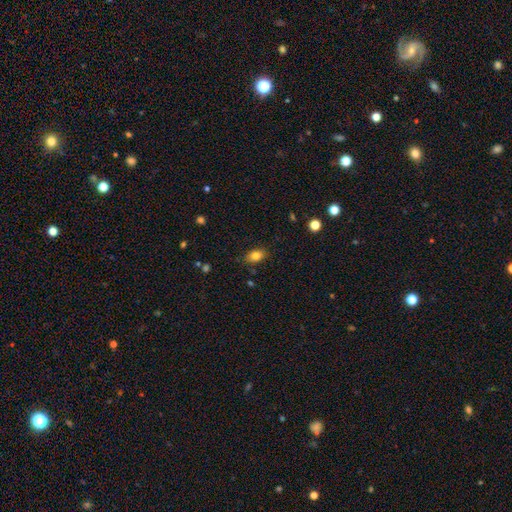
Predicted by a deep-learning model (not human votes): Overall: smooth (82%). How rounded: in between (84%). Merging: none (84%).